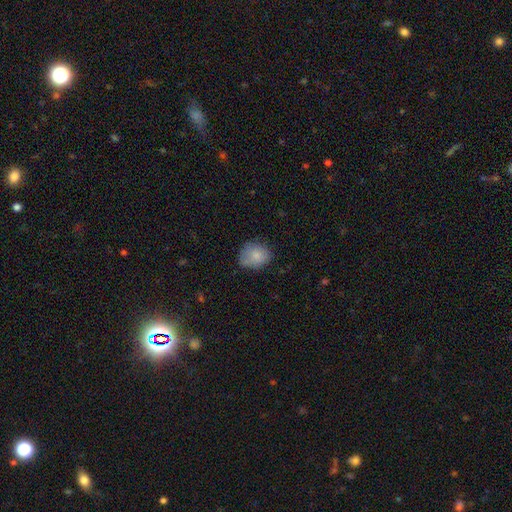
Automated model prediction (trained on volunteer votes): smooth 82%, featured or disk 10%, star or artifact 8%. Down the decision tree: how rounded — round (58%); merging — none (60%).